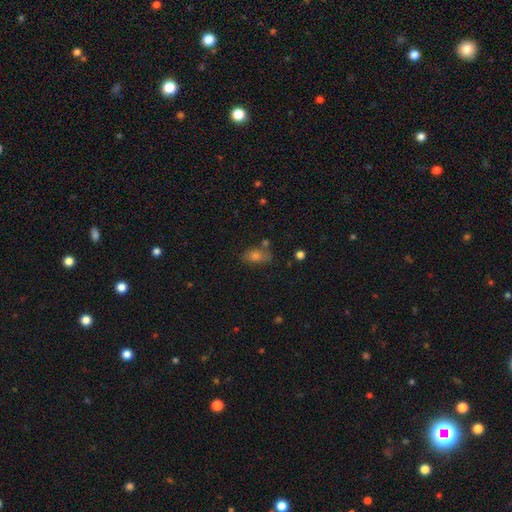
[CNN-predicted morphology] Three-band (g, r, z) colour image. It shows a smooth galaxy with no disk features (67%) that is in between round and cigar-shaped (78%). Merging: none (65%).